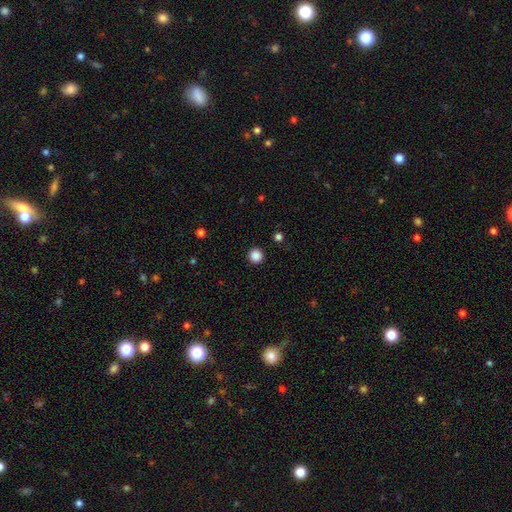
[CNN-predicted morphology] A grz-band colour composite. It shows a smooth galaxy with no disk features (87%) that is round (96%). Merging: none (93%).